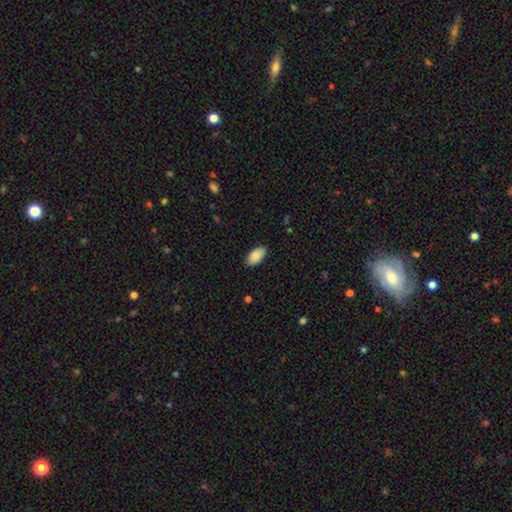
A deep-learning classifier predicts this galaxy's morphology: A smooth galaxy with no disk features (87%) that is in between round and cigar-shaped (95%). Merging: none (88%).